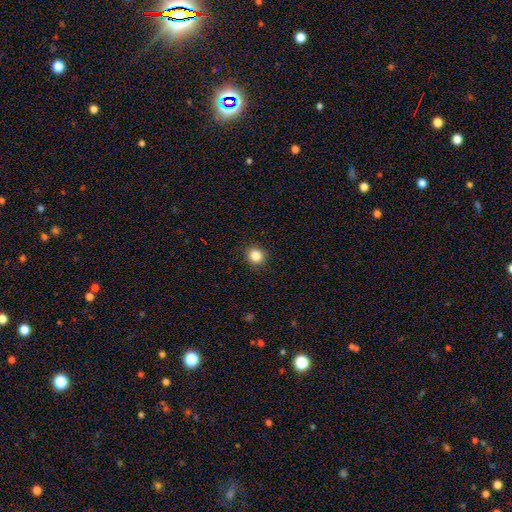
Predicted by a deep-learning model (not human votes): Overall: smooth (85%). How rounded: round (91%). Merging: none (92%).